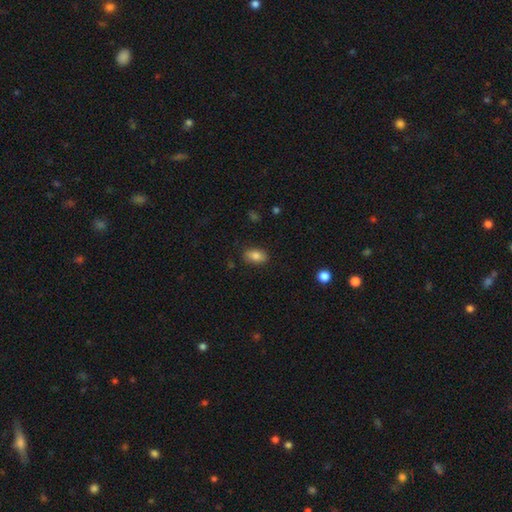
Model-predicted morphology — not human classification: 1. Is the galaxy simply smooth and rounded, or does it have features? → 82% smooth, 10% featured or disk, 8% star or artifact.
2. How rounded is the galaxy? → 89% in between, 8% round, 3% cigar-shaped.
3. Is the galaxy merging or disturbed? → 84% none, 12% minor disturbance, 3% major disturbance, 1% merger.